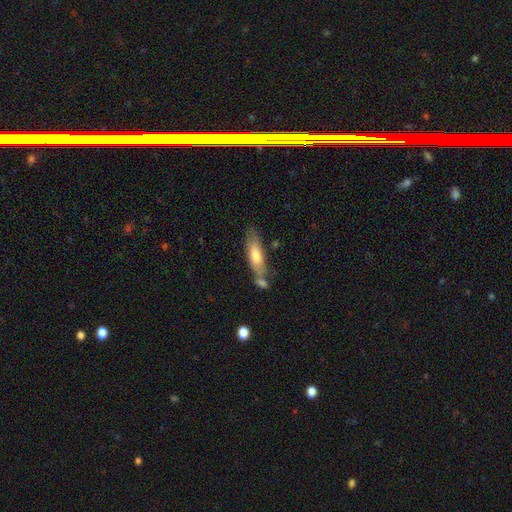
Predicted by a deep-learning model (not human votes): A smooth galaxy with no disk features (65%) that is cigar-shaped (55%). Merging: none (56%).